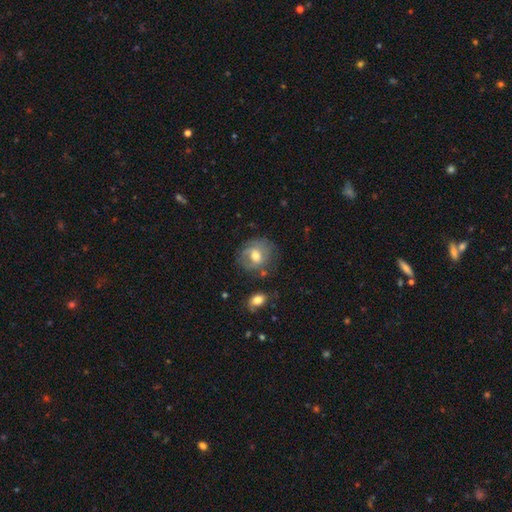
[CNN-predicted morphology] A smooth galaxy with no disk features (50%) that is round (70%).

Vote fractions:
- Smooth or featured? smooth: 50% / featured or disk: 41% / star or artifact: 9%
- How rounded? round: 70% / in between: 28% / cigar-shaped: 1%
- Merging? none: 63% / minor disturbance: 23% / major disturbance: 10% / merger: 5%